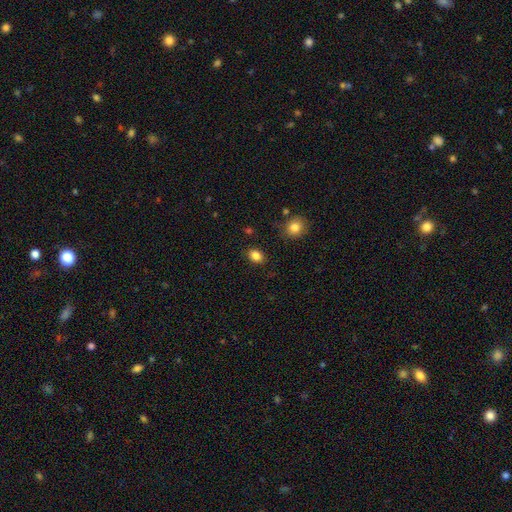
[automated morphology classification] Q: Smooth or featured?
A: smooth (85%); runner-up: star or artifact (10%)
Q: How rounded?
A: in between (68%); runner-up: round (31%)
Q: Merging?
A: none (86%); runner-up: minor disturbance (9%)